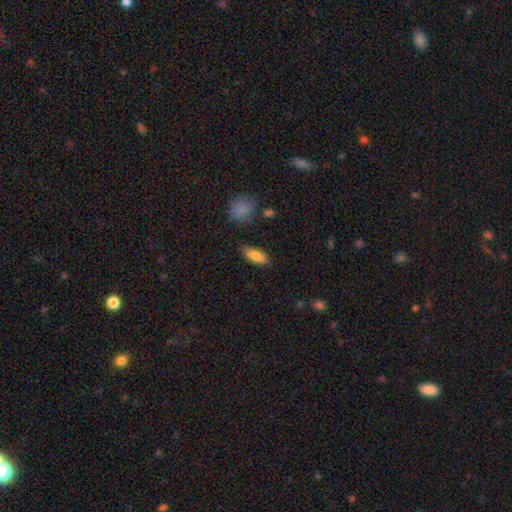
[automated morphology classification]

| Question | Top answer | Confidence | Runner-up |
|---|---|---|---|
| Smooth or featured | smooth | 81% | featured or disk (12%) |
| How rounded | in between | 77% | cigar-shaped (21%) |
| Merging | none | 85% | minor disturbance (11%) |